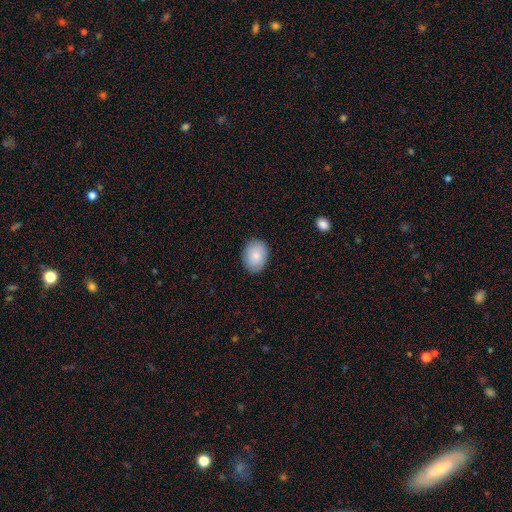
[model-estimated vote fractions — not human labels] smooth-or-featured: smooth: 80% | featured or disk: 13% | star or artifact: 7%
  how-rounded: in between: 65% | round: 34% | cigar-shaped: 1%
  merging: none: 87% | minor disturbance: 10% | major disturbance: 2% | merger: 1%